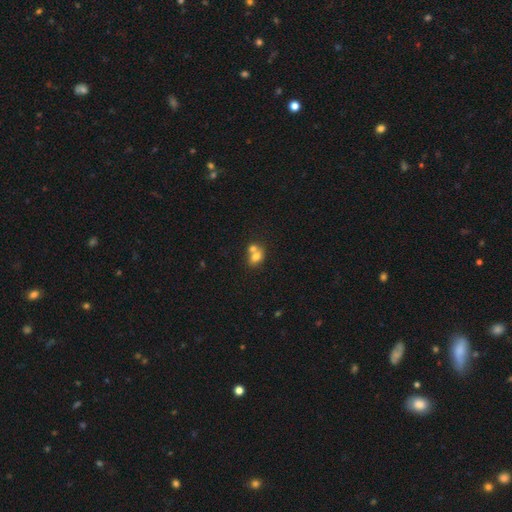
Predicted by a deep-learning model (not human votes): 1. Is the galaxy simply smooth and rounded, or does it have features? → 72% smooth, 17% featured or disk, 11% star or artifact.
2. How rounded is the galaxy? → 56% in between, 43% round, 1% cigar-shaped.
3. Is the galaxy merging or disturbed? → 59% merger, 30% none, 8% minor disturbance, 3% major disturbance.